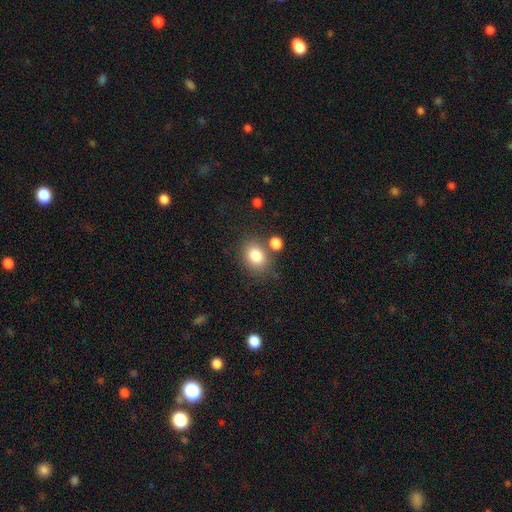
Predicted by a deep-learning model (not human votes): smooth-or-featured: smooth: 82% | star or artifact: 10% | featured or disk: 8%
  how-rounded: in between: 51% | round: 48% | cigar-shaped: 1%
  merging: none: 70% | minor disturbance: 13% | merger: 13% | major disturbance: 4%